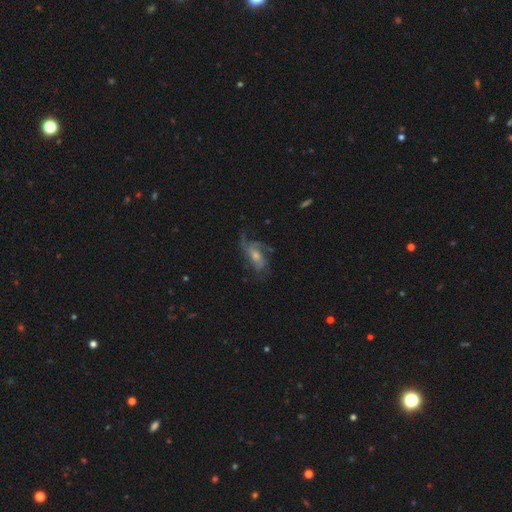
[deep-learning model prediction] Overall: featured or disk (77%). Edge-on disk: no (93%). Bar: no (58%; weak 33%). Spiral arms: yes (92%). Spiral arm count: 3 (36%; can't tell 21%). Spiral winding: medium (46%; loose 28%). Bulge size: moderate (51%; small 39%). Merging: none (59%; minor disturbance 20%).